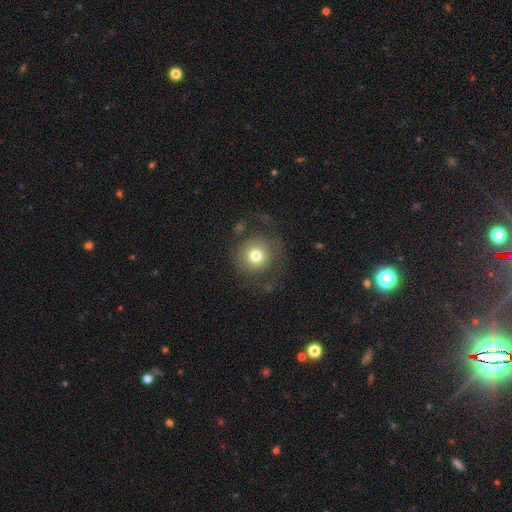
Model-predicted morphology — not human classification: This is likely a smooth galaxy (70%). How rounded: clearly round (93%). Merging: likely none (67%).